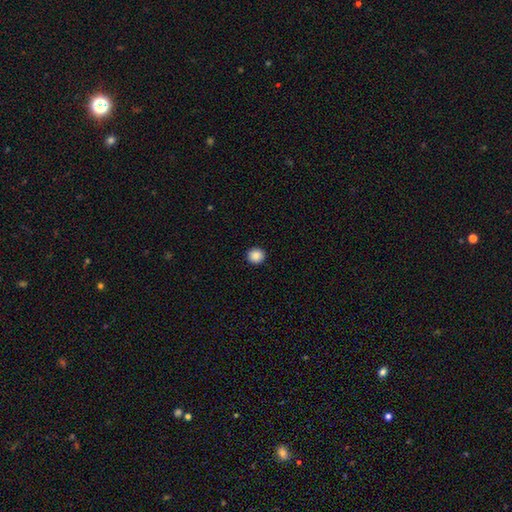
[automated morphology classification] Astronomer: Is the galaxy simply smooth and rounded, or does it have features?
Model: smooth — 88%.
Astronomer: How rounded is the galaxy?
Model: round — 90%.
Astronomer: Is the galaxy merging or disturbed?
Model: none — 93%.